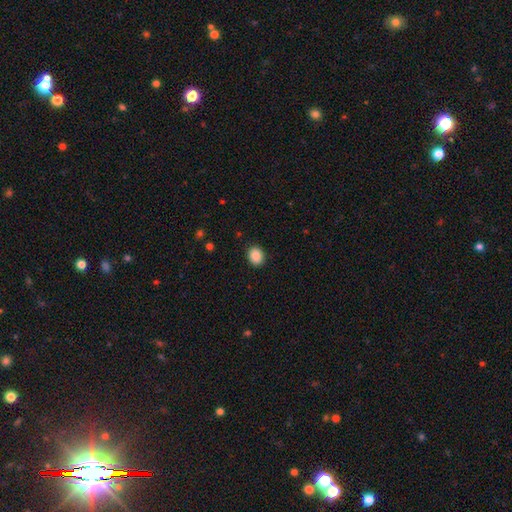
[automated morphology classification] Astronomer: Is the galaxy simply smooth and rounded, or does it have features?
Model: smooth — 89%.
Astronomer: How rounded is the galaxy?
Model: round — 56% (runner-up: in between, 43%).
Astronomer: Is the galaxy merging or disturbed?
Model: none — 90%.